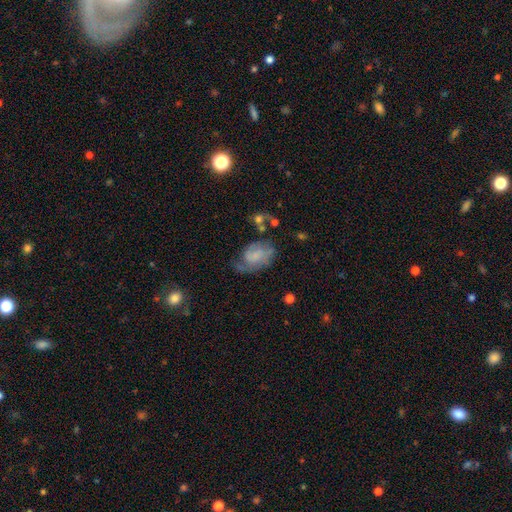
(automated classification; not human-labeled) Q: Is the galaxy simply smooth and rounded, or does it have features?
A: featured or disk — 53%.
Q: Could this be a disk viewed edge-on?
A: no — 97%.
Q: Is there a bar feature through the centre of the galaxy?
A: no — 62%.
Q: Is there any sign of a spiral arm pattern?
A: yes — 77%.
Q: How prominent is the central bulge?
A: none — 46%.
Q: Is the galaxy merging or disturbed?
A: none — 40%.